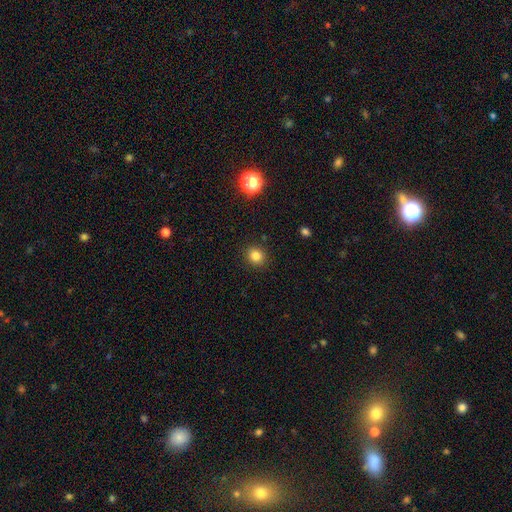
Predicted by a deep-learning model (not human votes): A smooth galaxy with no disk features (82%) that is round (79%).

Vote fractions:
- Smooth or featured? smooth: 82% / star or artifact: 13% / featured or disk: 5%
- How rounded? round: 79% / in between: 20% / cigar-shaped: 1%
- Merging? none: 90% / minor disturbance: 7% / major disturbance: 2% / merger: 1%